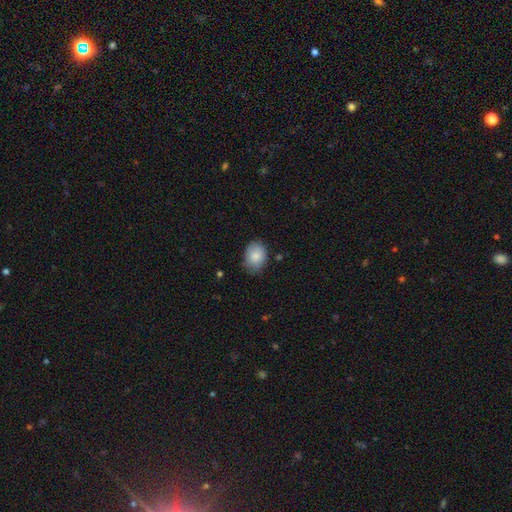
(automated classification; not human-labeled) Smooth or featured? smooth (85%)
How rounded? in between (67%)
Merging? none (73%)